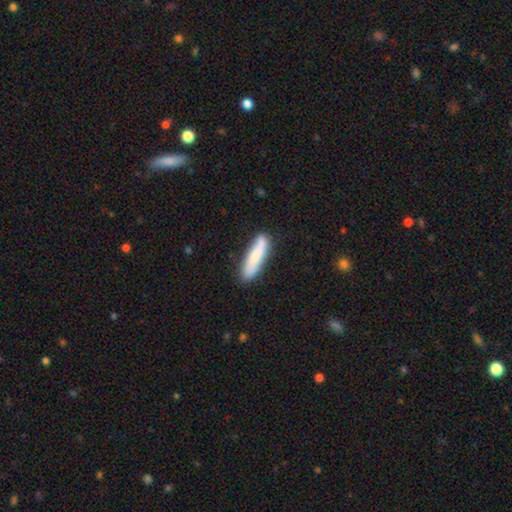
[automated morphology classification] Smooth or featured: smooth — 76% (featured or disk — 19%)
How rounded: cigar-shaped — 78% (in between — 20%)
Merging: none — 81% (minor disturbance — 14%)